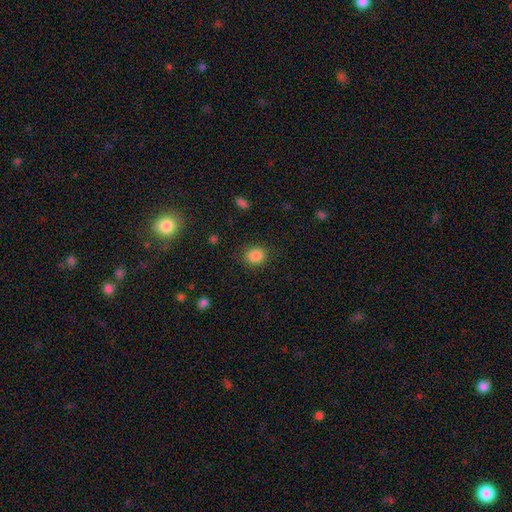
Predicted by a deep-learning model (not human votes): Smooth or featured?
  - smooth: 86% *
  - star or artifact: 10%
  - featured or disk: 4%
How rounded?
  - round: 68% *
  - in between: 31%
  - cigar-shaped: 1%
Merging?
  - none: 86% *
  - minor disturbance: 10%
  - major disturbance: 3%
  - merger: 1%